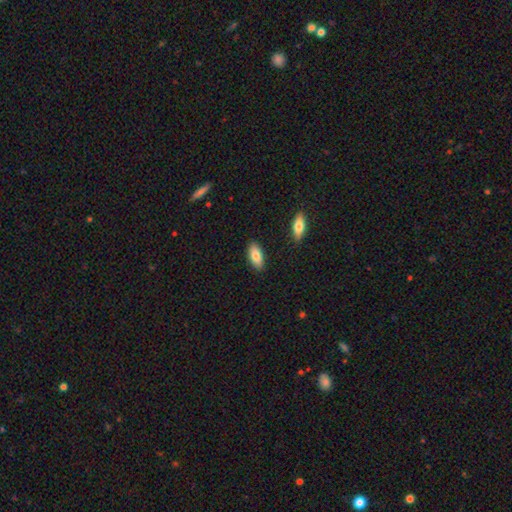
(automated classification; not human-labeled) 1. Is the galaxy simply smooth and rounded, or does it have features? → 82% smooth, 12% featured or disk, 6% star or artifact.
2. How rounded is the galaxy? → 86% in between, 12% cigar-shaped, 2% round.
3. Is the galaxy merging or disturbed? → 88% none, 9% minor disturbance, 2% merger, 2% major disturbance.